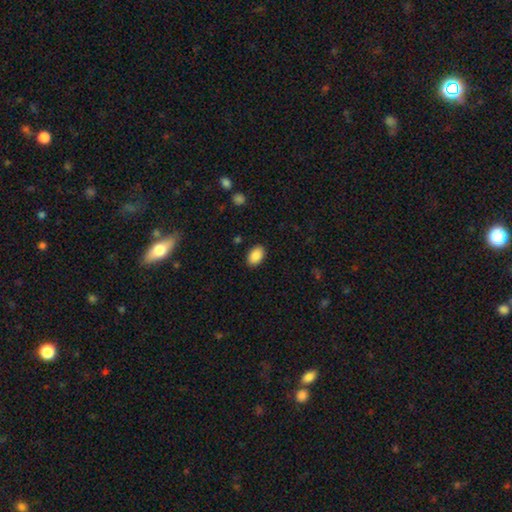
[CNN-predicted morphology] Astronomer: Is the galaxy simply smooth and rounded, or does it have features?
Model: smooth — 89%.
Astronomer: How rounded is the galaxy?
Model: in between — 89%.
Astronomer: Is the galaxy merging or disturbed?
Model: none — 89%.